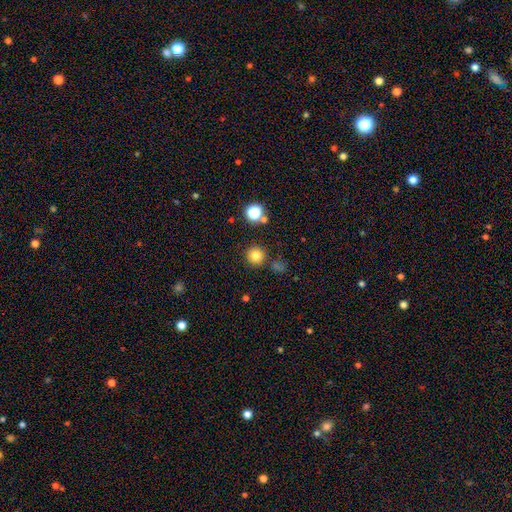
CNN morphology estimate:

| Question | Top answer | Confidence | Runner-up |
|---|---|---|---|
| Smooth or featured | smooth | 80% | star or artifact (14%) |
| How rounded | round | 95% | in between (4%) |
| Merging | none | 86% | minor disturbance (7%) |